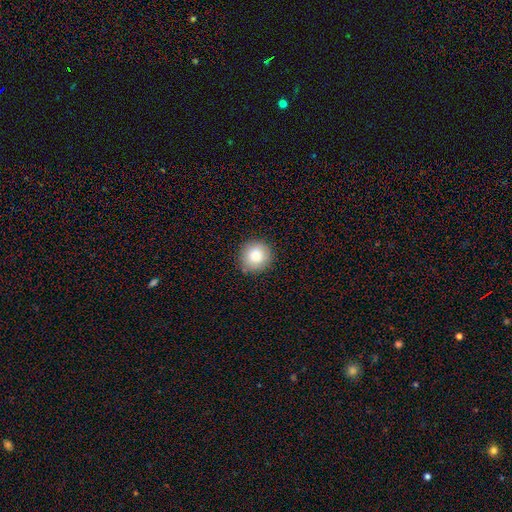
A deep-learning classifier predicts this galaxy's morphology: Overall: smooth (85%). How rounded: round (93%). Merging: none (88%).